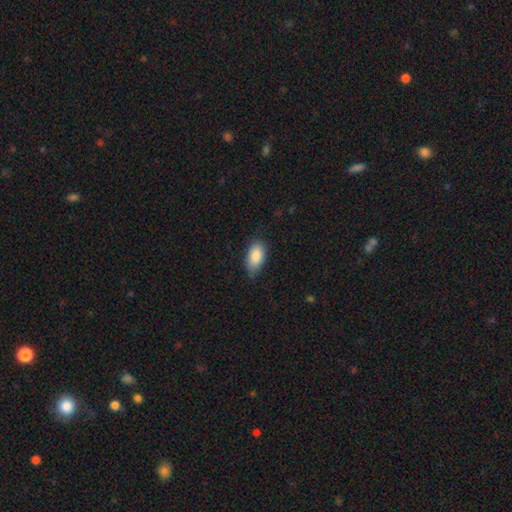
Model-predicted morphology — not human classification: Smooth or featured?
  - smooth: 86% *
  - featured or disk: 7%
  - star or artifact: 7%
How rounded?
  - in between: 93% *
  - round: 4%
  - cigar-shaped: 3%
Merging?
  - none: 73% *
  - minor disturbance: 23%
  - major disturbance: 4%
  - merger: 1%